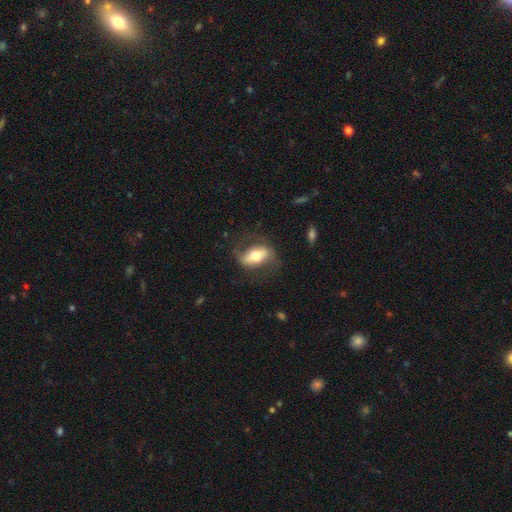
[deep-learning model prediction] Smooth or featured? Predicted: featured or disk (p=0.54). Edge-on disk? Predicted: no (p=0.77). Merging? Predicted: none (p=0.66).